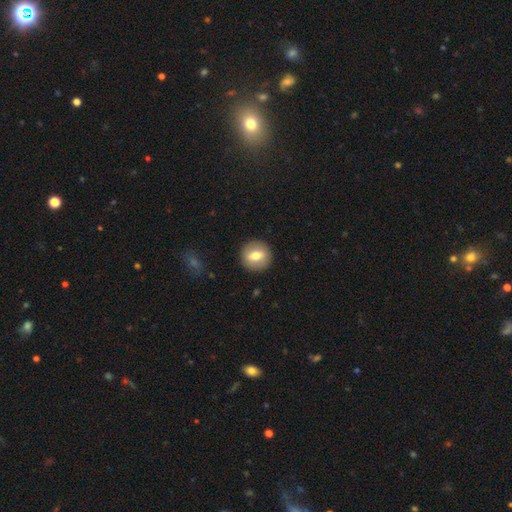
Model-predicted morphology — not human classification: smooth-or-featured: smooth: 61% | featured or disk: 32% | star or artifact: 8%
  how-rounded: round: 85% | in between: 13% | cigar-shaped: 1%
  merging: none: 90% | minor disturbance: 7% | major disturbance: 2% | merger: 1%